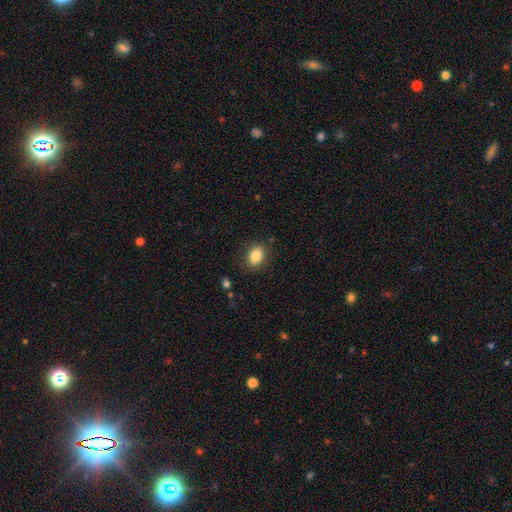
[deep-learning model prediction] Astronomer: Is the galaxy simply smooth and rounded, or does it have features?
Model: smooth — 85%.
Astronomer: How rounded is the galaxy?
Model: in between — 60% (runner-up: round, 39%).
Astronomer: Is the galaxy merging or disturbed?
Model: none — 86%.